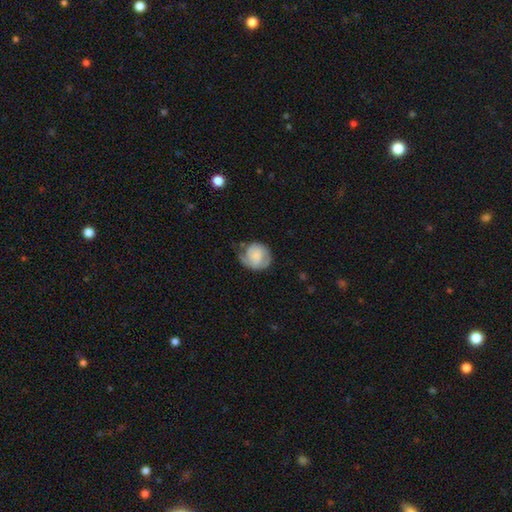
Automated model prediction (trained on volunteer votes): Q: Smooth or featured?
A: featured or disk (48%); runner-up: smooth (46%)
Q: Merging?
A: none (47%); runner-up: minor disturbance (32%)